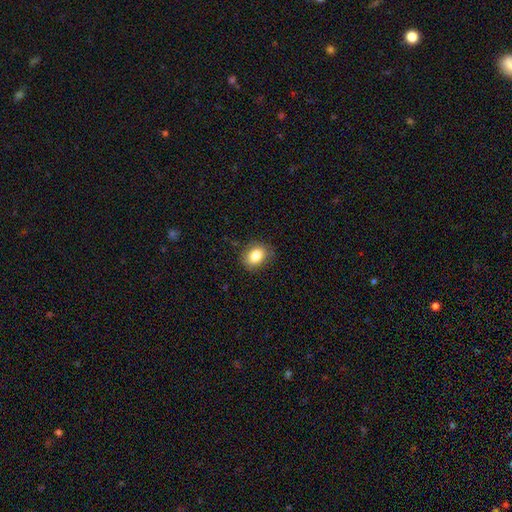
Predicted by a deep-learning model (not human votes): smooth 83%, star or artifact 9%, featured or disk 7%. Down the decision tree: how rounded — in between (59%); merging — none (84%).